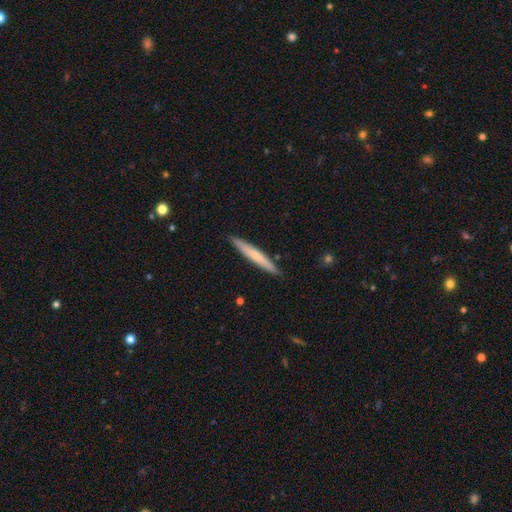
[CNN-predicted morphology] smooth_or_featured: smooth (p=0.60) [alt: featured or disk p=0.35]
how_rounded: cigar-shaped (p=0.95) [alt: in between p=0.04]
merging: none (p=0.90) [alt: minor disturbance p=0.08]